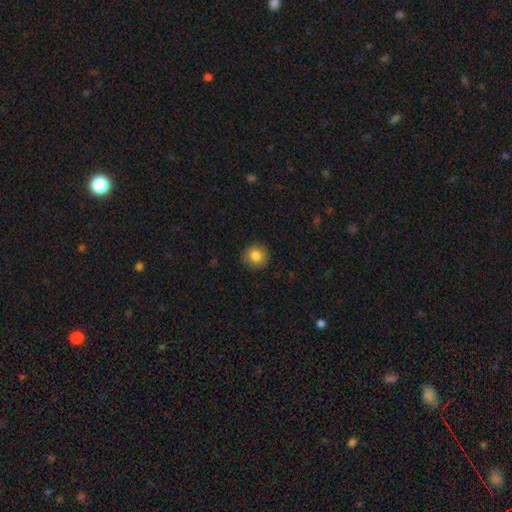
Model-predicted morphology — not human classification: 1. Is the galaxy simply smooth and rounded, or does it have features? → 83% smooth, 10% star or artifact, 7% featured or disk.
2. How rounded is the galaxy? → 92% round, 7% in between, 1% cigar-shaped.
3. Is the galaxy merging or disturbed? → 90% none, 7% minor disturbance, 2% major disturbance, 1% merger.